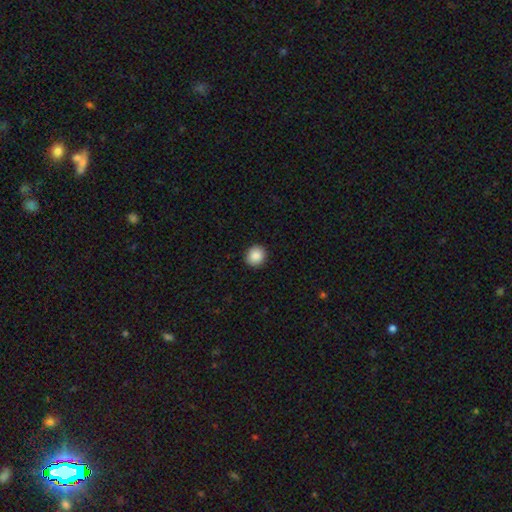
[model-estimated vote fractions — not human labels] smooth-or-featured: smooth: 88% | star or artifact: 8% | featured or disk: 4%
  how-rounded: round: 86% | in between: 13% | cigar-shaped: 1%
  merging: none: 92% | minor disturbance: 6% | major disturbance: 2% | merger: 1%